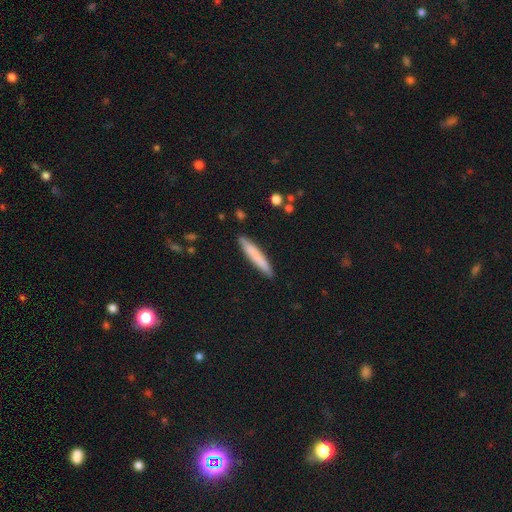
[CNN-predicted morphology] This appears to be a smooth galaxy with no disk features (77%) that is cigar-shaped (94%). Merging: none (88%).